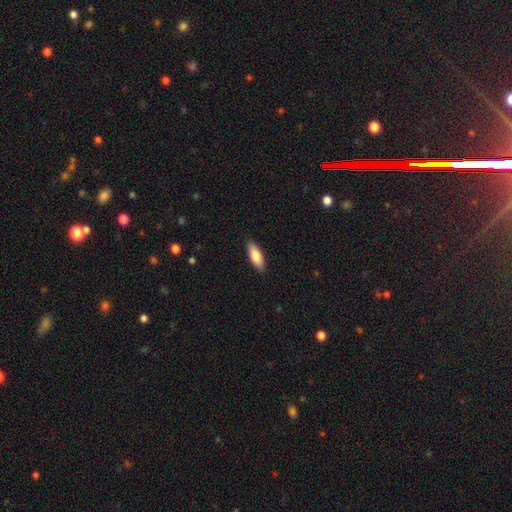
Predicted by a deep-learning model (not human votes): This is clearly a smooth galaxy (81%). How rounded: likely in between (68%). Merging: clearly none (89%).